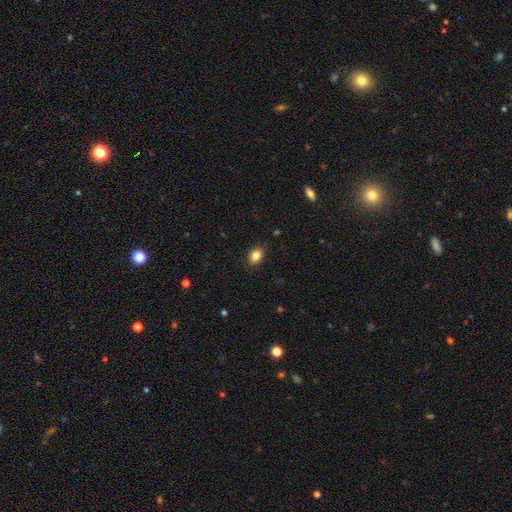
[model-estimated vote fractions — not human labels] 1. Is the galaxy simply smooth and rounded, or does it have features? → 84% smooth, 9% star or artifact, 7% featured or disk.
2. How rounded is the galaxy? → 81% in between, 18% round, 1% cigar-shaped.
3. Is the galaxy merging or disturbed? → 88% none, 9% minor disturbance, 2% major disturbance, 1% merger.